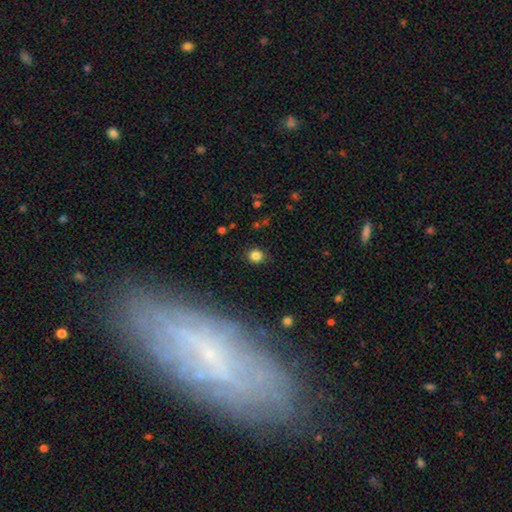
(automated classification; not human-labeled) smooth 83%, star or artifact 12%, featured or disk 5%. Down the decision tree: how rounded — round (81%); merging — none (88%).